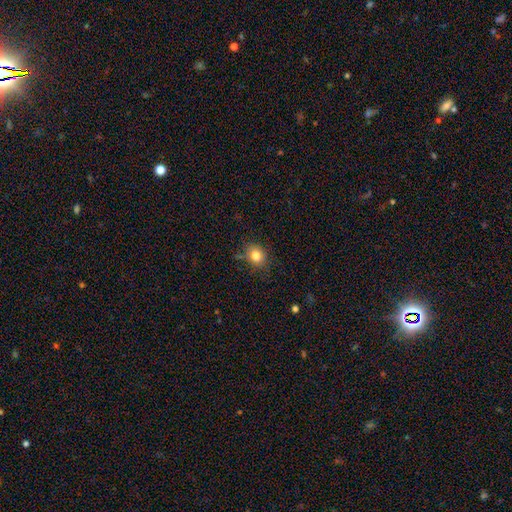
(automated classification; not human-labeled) smooth 83%, star or artifact 11%, featured or disk 7%. Down the decision tree: how rounded — round (64%); merging — none (79%).